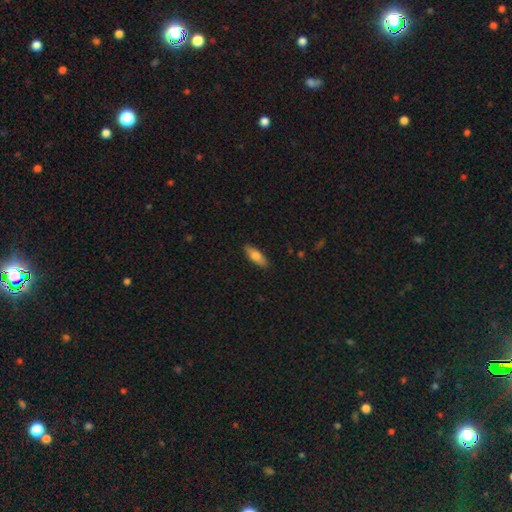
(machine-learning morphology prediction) Overall: smooth (76%). How rounded: in between (65%; cigar-shaped 33%). Merging: none (88%).